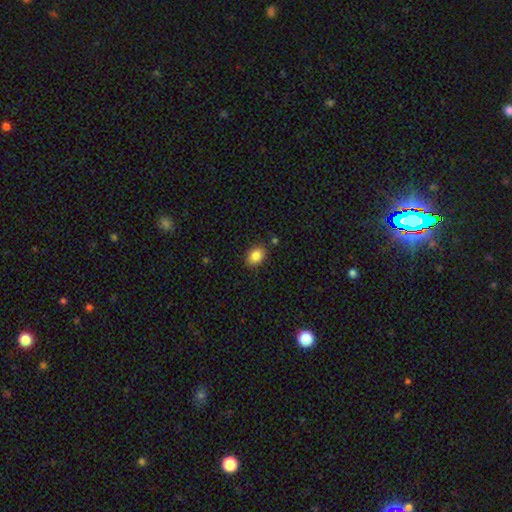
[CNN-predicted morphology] smooth_or_featured: smooth (p=0.85) [alt: star or artifact p=0.09]
how_rounded: in between (p=0.75) [alt: round p=0.24]
merging: none (p=0.84) [alt: minor disturbance p=0.11]